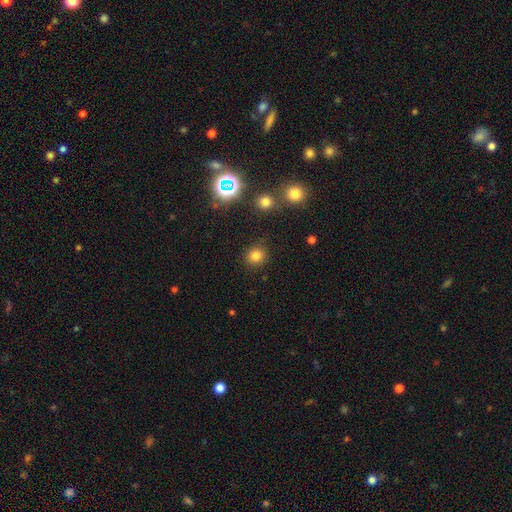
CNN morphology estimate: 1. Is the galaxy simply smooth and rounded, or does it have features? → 78% smooth, 16% star or artifact, 6% featured or disk.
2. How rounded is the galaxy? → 85% round, 14% in between, 1% cigar-shaped.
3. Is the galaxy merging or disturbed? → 87% none, 7% minor disturbance, 3% major disturbance, 2% merger.